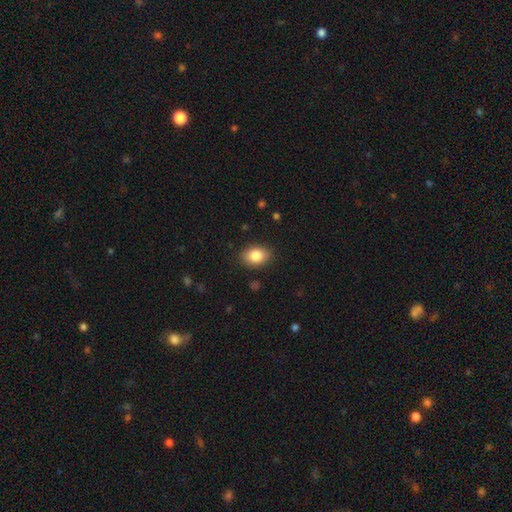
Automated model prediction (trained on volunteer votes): smooth-or-featured: smooth: 85% | star or artifact: 8% | featured or disk: 7%
  how-rounded: in between: 78% | round: 21% | cigar-shaped: 1%
  merging: none: 87% | minor disturbance: 9% | major disturbance: 2% | merger: 1%